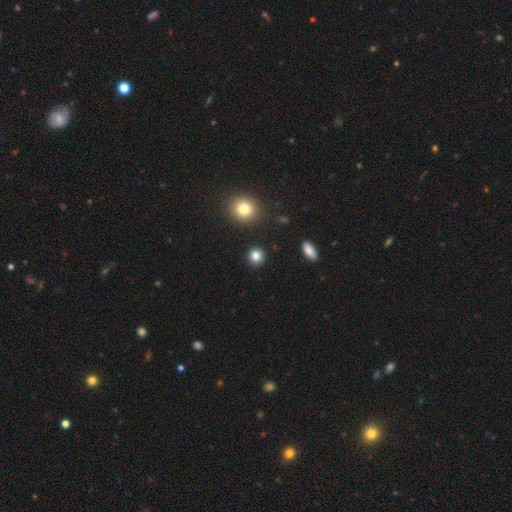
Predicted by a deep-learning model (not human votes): Q: Smooth or featured?
A: smooth (84%); runner-up: star or artifact (11%)
Q: How rounded?
A: round (91%); runner-up: in between (8%)
Q: Merging?
A: none (91%); runner-up: minor disturbance (5%)